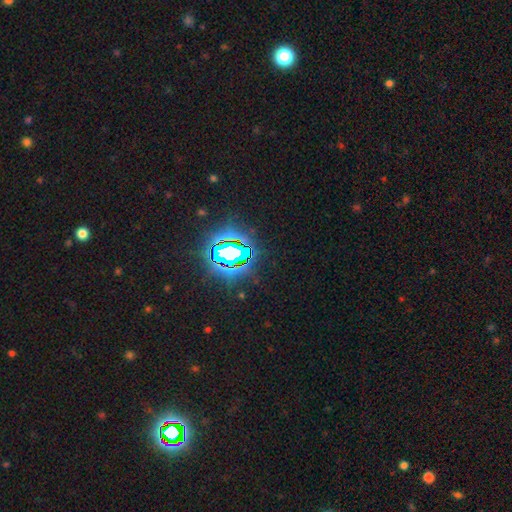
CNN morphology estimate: star or artifact 84%, smooth 10%, featured or disk 6%.